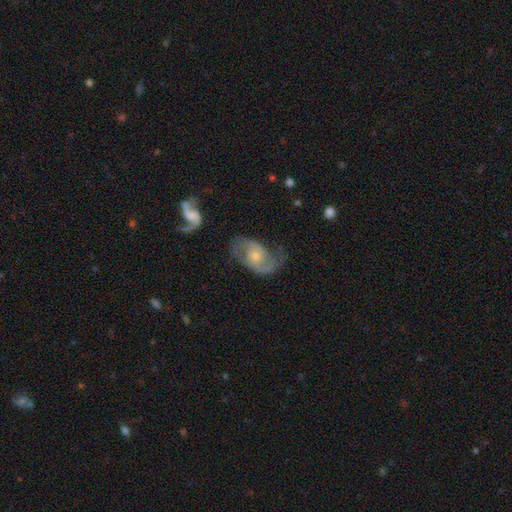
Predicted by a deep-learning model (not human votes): smooth_or_featured: featured or disk (p=0.84) [alt: smooth p=0.09]
disk_edge_on: no (p=0.97) [alt: yes p=0.03]
bar: no (p=0.67) [alt: weak p=0.27]
has_spiral_arms: yes (p=0.94) [alt: no p=0.06]
spiral_winding: medium (p=0.48) [alt: loose p=0.31]
spiral_arm_count: 2 (p=0.86) [alt: can't tell p=0.06]
bulge_size: small (p=0.57) [alt: moderate p=0.37]
merging: none (p=0.61) [alt: minor disturbance p=0.20]